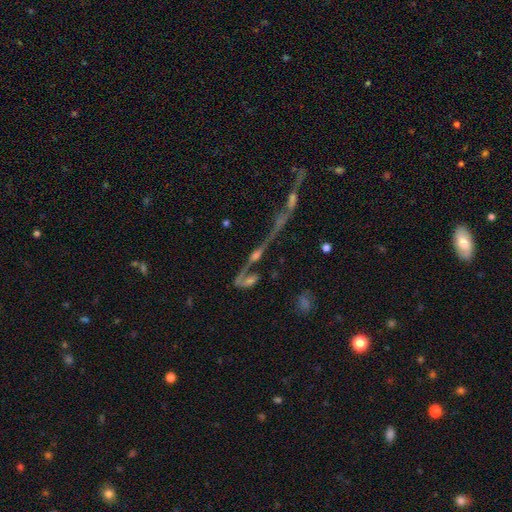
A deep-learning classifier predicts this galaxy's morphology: A featured or disk galaxy (56%). Merging: merger (51%).